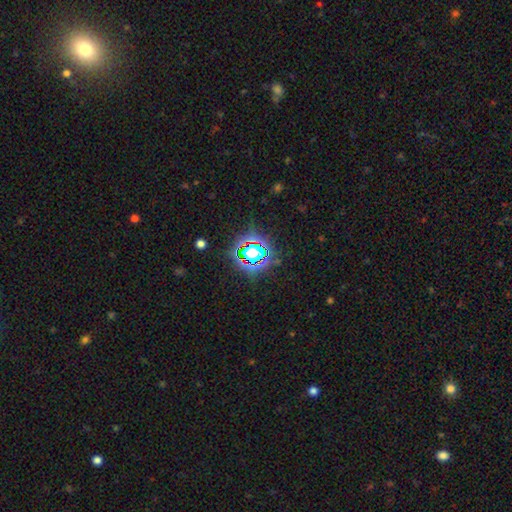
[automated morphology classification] The model was most divided on "smooth or featured": star or artifact: 72%, smooth: 18%, featured or disk: 11%.